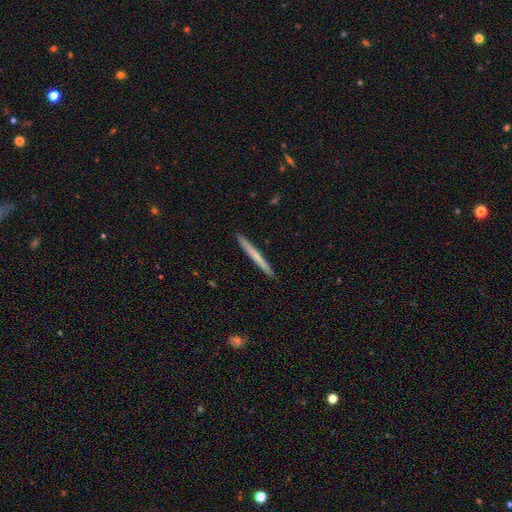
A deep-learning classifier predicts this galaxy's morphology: Smooth or featured? Predicted: smooth (p=0.57). How rounded? Predicted: cigar-shaped (p=0.97). Merging? Predicted: none (p=0.93).